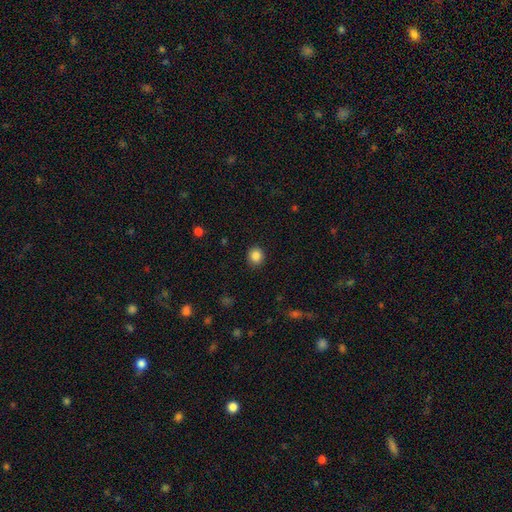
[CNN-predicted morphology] Smooth or featured?
  - smooth: 86% *
  - star or artifact: 10%
  - featured or disk: 4%
How rounded?
  - round: 85% *
  - in between: 14%
  - cigar-shaped: 1%
Merging?
  - none: 90% *
  - minor disturbance: 6%
  - major disturbance: 2%
  - merger: 1%